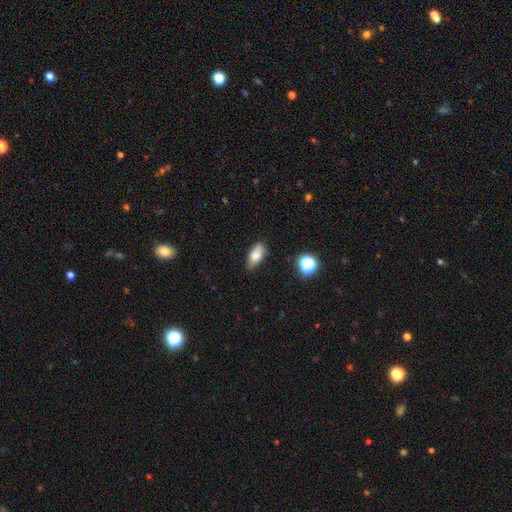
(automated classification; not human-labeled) smooth 81%, featured or disk 10%, star or artifact 9%. Down the decision tree: how rounded — in between (84%); merging — none (80%).